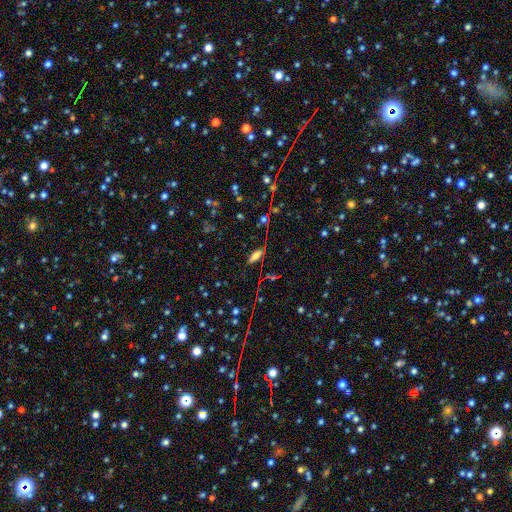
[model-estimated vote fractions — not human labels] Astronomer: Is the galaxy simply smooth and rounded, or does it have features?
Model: smooth — 64%.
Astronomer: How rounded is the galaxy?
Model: in between — 69%.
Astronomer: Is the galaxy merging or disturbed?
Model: none — 73%.